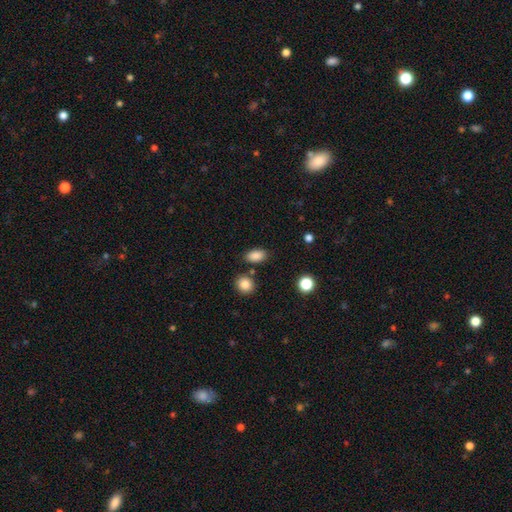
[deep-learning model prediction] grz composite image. It shows a smooth galaxy with no disk features (87%) that is in between round and cigar-shaped (88%). Merging: none (81%).